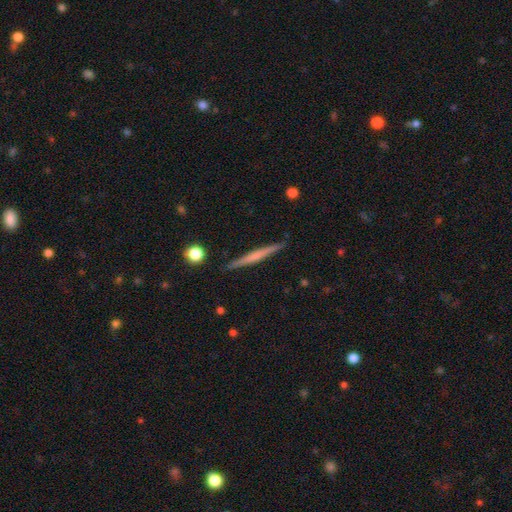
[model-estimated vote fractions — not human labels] Smooth or featured? featured or disk (53%)
Edge-on disk? yes (98%)
Edge-on bulge? none (70%)
Merging? none (91%)